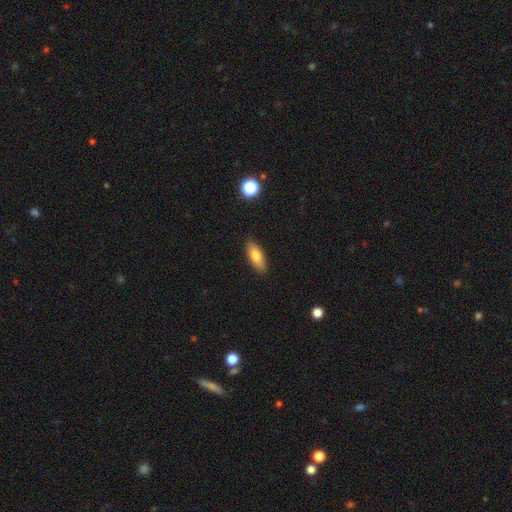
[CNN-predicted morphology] Smooth or featured? Predicted: smooth (p=0.77). How rounded? Predicted: in between (p=0.71). Merging? Predicted: none (p=0.88).